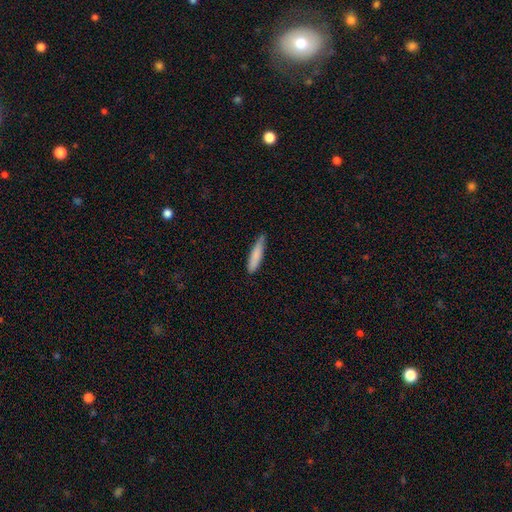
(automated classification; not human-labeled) smooth-or-featured: smooth: 83% | featured or disk: 11% | star or artifact: 6%
  how-rounded: cigar-shaped: 83% | in between: 15% | round: 1%
  merging: none: 70% | minor disturbance: 25% | major disturbance: 3% | merger: 2%